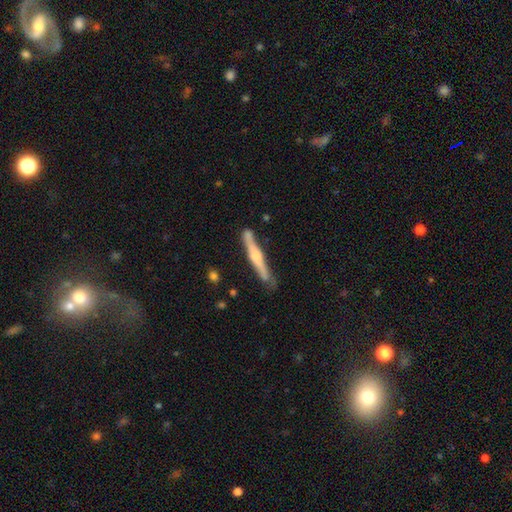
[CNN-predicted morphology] Smooth or featured: featured or disk — 66% (smooth — 29%)
Edge-on disk: yes — 95% (no — 5%)
Edge-on bulge: rounded — 73% (none — 15%)
Merging: none — 75% (minor disturbance — 18%)